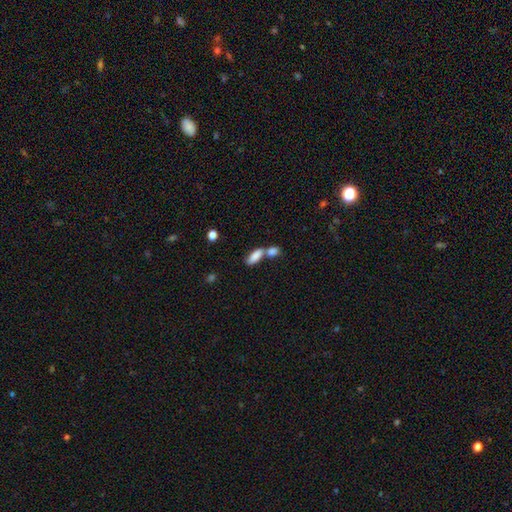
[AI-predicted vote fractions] Q: Smooth or featured?
A: smooth (83%); runner-up: featured or disk (10%)
Q: How rounded?
A: in between (74%); runner-up: cigar-shaped (22%)
Q: Merging?
A: merger (57%); runner-up: none (30%)